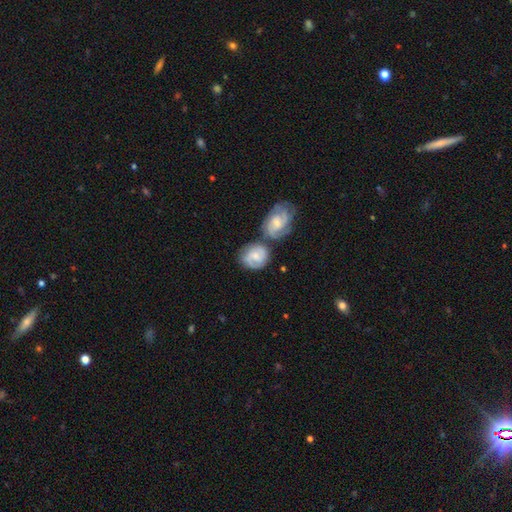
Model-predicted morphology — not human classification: featured or disk 58%, smooth 36%, star or artifact 6%. Down the decision tree: edge-on disk — no (97%); bar — no (48%); spiral arms — yes (87%); bulge size — small (48%); merging — merger (40%, tied with none).